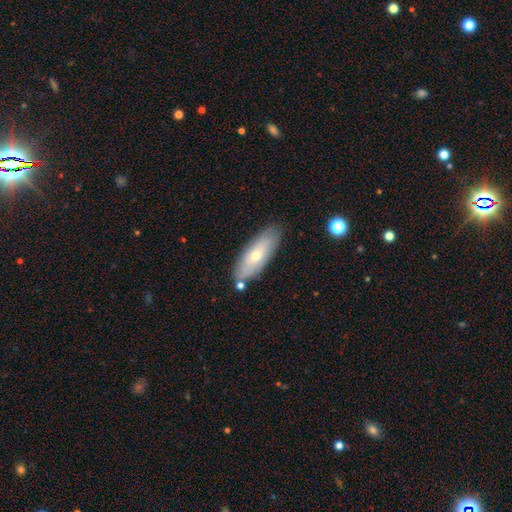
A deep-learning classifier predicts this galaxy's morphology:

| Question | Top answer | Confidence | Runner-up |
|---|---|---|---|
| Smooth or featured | smooth | 58% | featured or disk (36%) |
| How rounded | in between | 63% | cigar-shaped (35%) |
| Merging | none | 80% | minor disturbance (13%) |